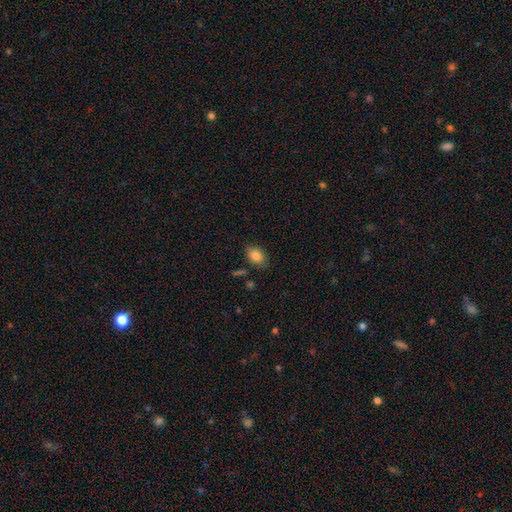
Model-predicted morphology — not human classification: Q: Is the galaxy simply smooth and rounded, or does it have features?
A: smooth — 86%.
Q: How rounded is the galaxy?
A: in between — 80%.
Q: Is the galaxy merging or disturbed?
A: none — 78%.